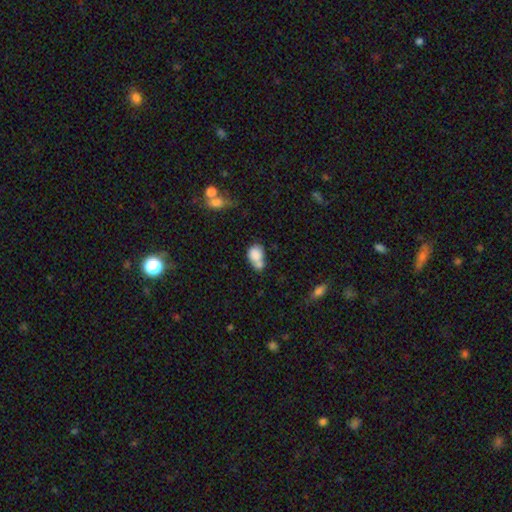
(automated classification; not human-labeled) A smooth galaxy with no disk features (80%) that is in between round and cigar-shaped (59%).

Vote fractions:
- Smooth or featured? smooth: 80% / featured or disk: 11% / star or artifact: 9%
- How rounded? in between: 59% / round: 40% / cigar-shaped: 2%
- Merging? merger: 54% / none: 28% / minor disturbance: 12% / major disturbance: 6%